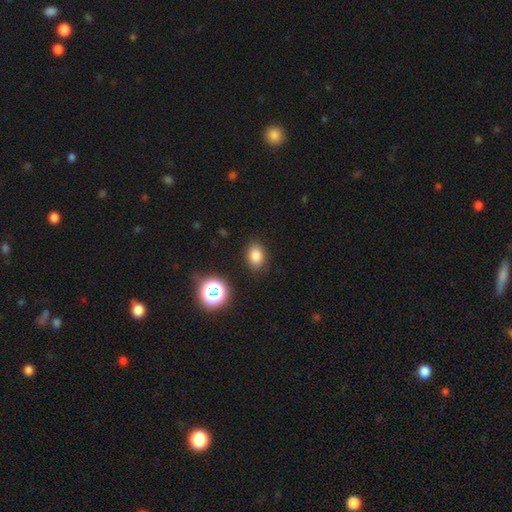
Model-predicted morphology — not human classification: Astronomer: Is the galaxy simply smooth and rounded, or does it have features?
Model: smooth — 81%.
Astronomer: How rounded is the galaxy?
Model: in between — 74%.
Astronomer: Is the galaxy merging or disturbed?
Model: none — 85%.